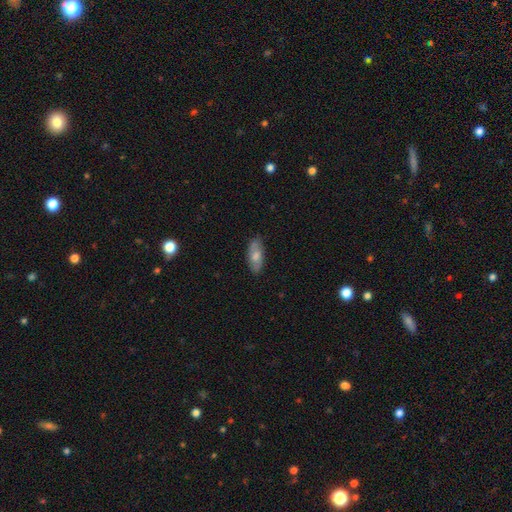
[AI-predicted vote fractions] A smooth galaxy with no disk features (67%) that is in between round and cigar-shaped (81%).

Vote fractions:
- Smooth or featured? smooth: 67% / featured or disk: 27% / star or artifact: 6%
- How rounded? in between: 81% / cigar-shaped: 17% / round: 2%
- Merging? none: 80% / minor disturbance: 16% / major disturbance: 3% / merger: 1%